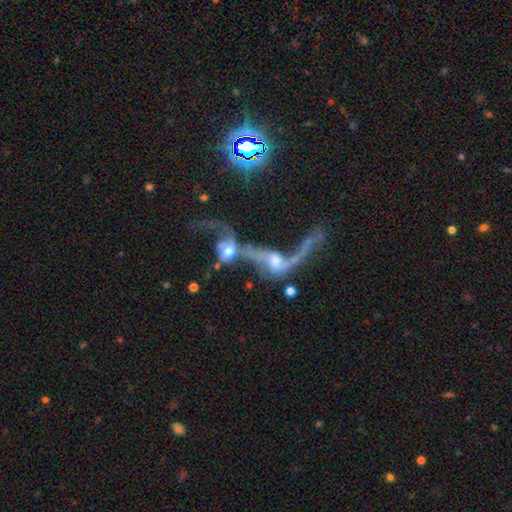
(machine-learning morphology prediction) featured or disk 38%, star or artifact 36%, smooth 26%. Down the decision tree: merging — merger (47%).